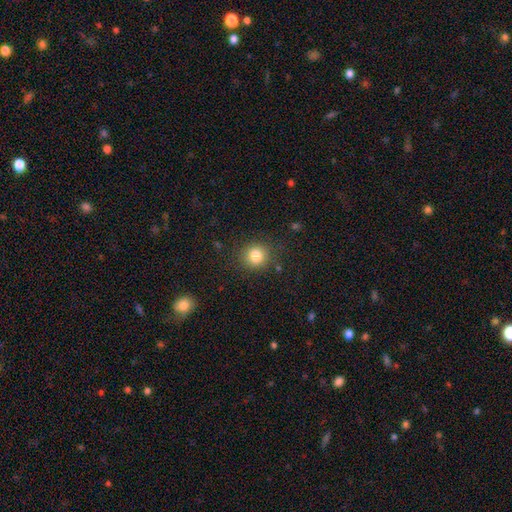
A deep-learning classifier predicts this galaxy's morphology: type=smooth (81%); roundness=round (88%); merging=none (86%).